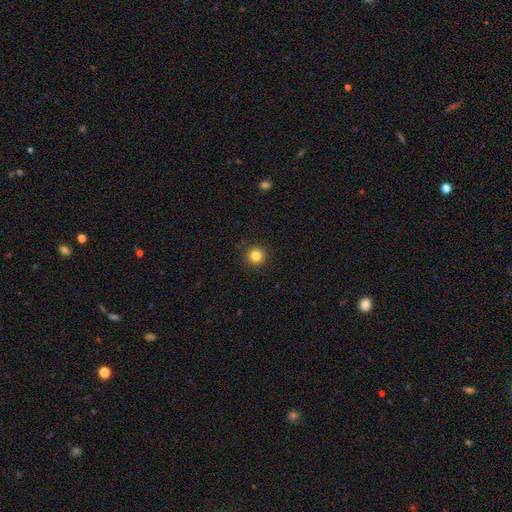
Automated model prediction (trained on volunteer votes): Smooth or featured: smooth — 83% (star or artifact — 12%)
How rounded: round — 95% (in between — 4%)
Merging: none — 92% (minor disturbance — 5%)